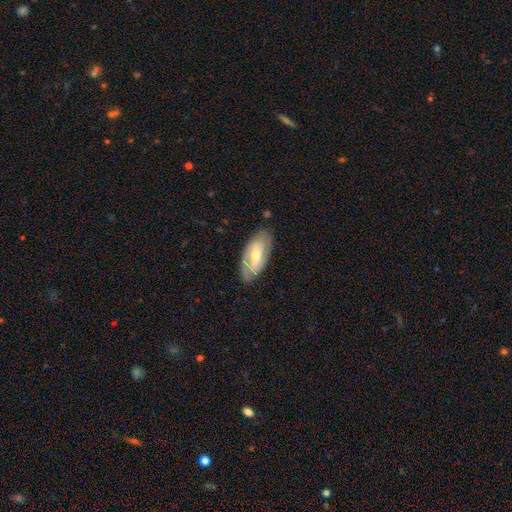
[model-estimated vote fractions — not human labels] featured or disk 60%, smooth 34%, star or artifact 6%. Down the decision tree: edge-on disk — no (89%); bar — no (39%); spiral arms — yes (75%); bulge size — small (52%); merging — none (76%).